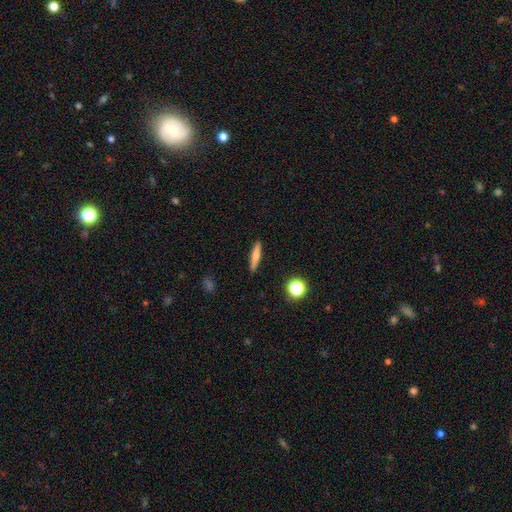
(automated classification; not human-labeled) smooth_or_featured: smooth (p=0.72) [alt: featured or disk p=0.19]
how_rounded: cigar-shaped (p=0.86) [alt: in between p=0.11]
merging: none (p=0.90) [alt: minor disturbance p=0.07]